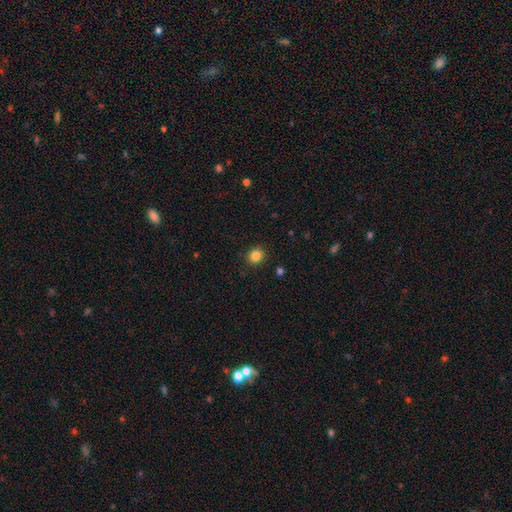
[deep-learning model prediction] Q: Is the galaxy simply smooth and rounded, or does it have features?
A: smooth — 84%.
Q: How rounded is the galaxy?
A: round — 74%.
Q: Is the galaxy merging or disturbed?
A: none — 89%.